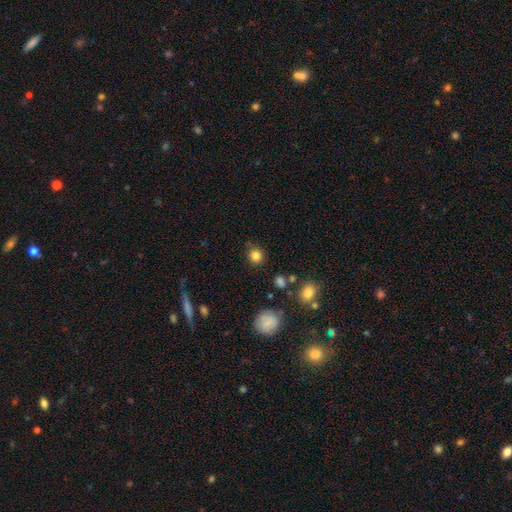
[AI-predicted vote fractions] The model was most divided on "smooth or featured": smooth: 83%, star or artifact: 12%, featured or disk: 5%. More confident: how rounded — round (89%); merging — none (84%).